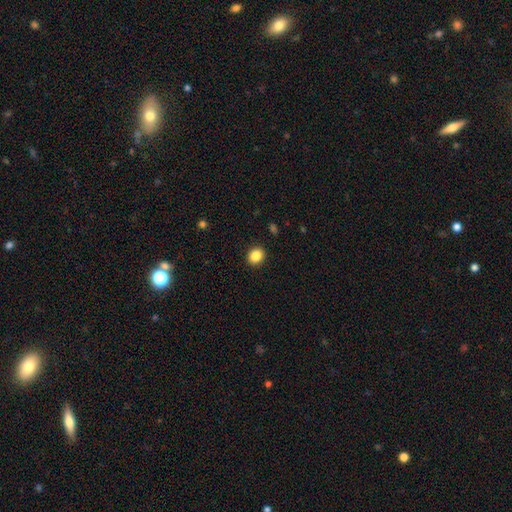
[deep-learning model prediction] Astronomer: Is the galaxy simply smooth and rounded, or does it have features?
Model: smooth — 86%.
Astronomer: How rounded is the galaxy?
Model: round — 69%.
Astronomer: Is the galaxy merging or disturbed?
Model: none — 92%.